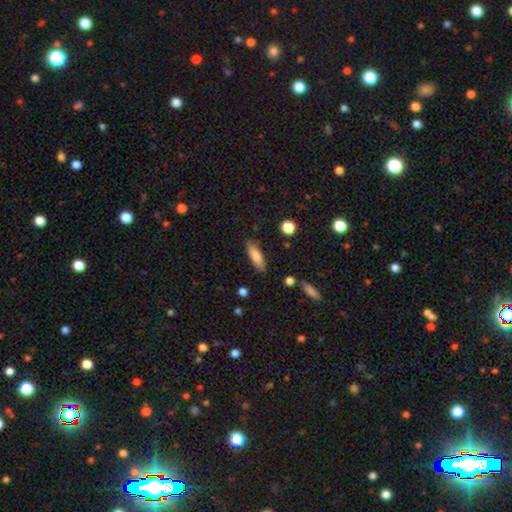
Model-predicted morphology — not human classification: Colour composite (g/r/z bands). It shows a smooth galaxy with no disk features (75%) that is cigar-shaped (51%). Merging: none (84%).